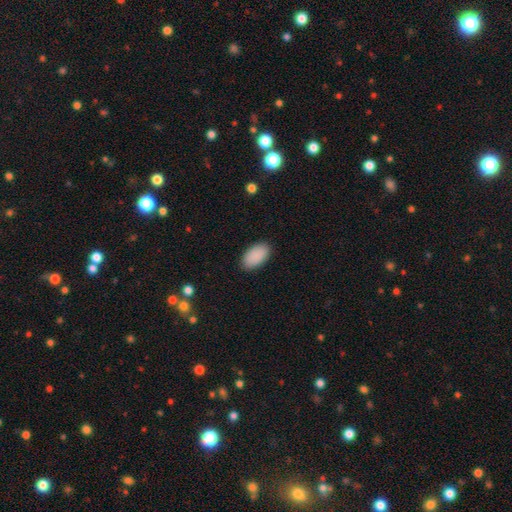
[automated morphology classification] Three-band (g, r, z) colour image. It shows a smooth galaxy with no disk features (90%) that is in between round and cigar-shaped (95%). Merging: none (88%).